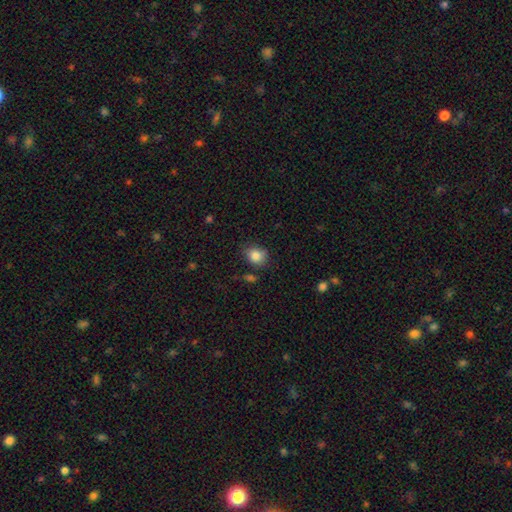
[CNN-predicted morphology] smooth 84%, star or artifact 10%, featured or disk 6%. Down the decision tree: how rounded — round (54%); merging — none (73%).